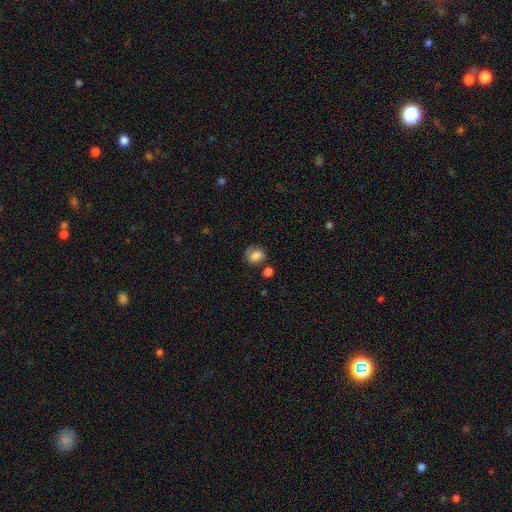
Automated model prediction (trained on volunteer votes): A smooth galaxy with no disk features (76%) that is round (51%). Merging: none (54%).